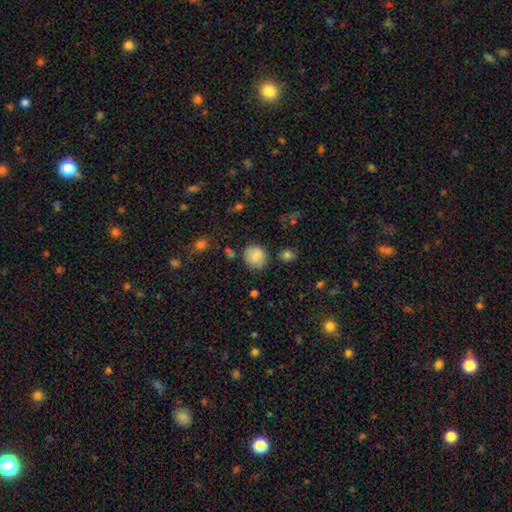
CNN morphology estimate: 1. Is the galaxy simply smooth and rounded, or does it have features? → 82% smooth, 9% star or artifact, 9% featured or disk.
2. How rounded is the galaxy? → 84% round, 15% in between, 1% cigar-shaped.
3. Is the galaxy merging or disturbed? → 80% none, 13% minor disturbance, 4% major disturbance, 3% merger.